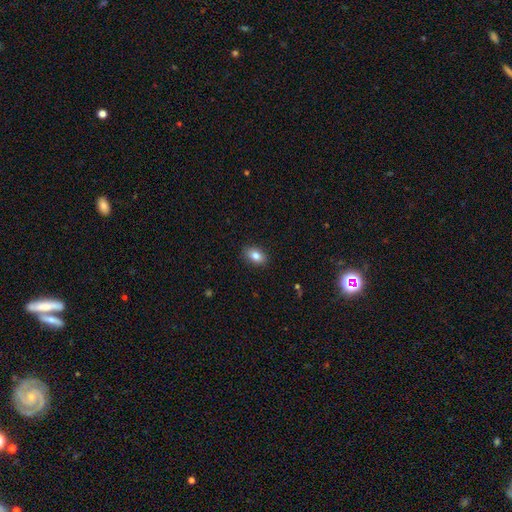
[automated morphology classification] A smooth galaxy with no disk features (84%) that is in between round and cigar-shaped (87%).

Vote fractions:
- Smooth or featured? smooth: 84% / star or artifact: 8% / featured or disk: 8%
- How rounded? in between: 87% / round: 11% / cigar-shaped: 2%
- Merging? none: 89% / minor disturbance: 8% / major disturbance: 2% / merger: 1%